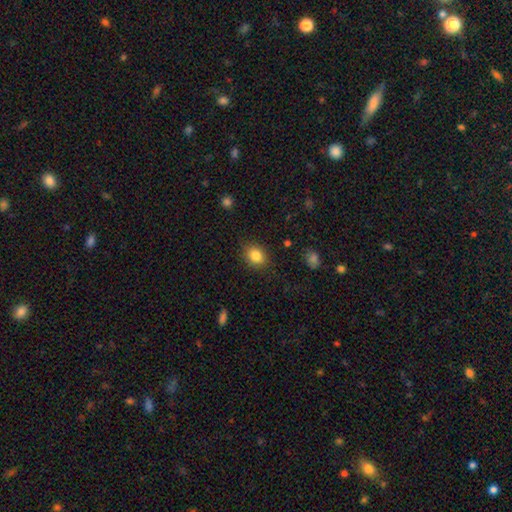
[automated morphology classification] Smooth or featured?
  - smooth: 84% *
  - star or artifact: 10%
  - featured or disk: 6%
How rounded?
  - round: 58% *
  - in between: 41%
  - cigar-shaped: 1%
Merging?
  - none: 84% *
  - minor disturbance: 11%
  - major disturbance: 3%
  - merger: 1%